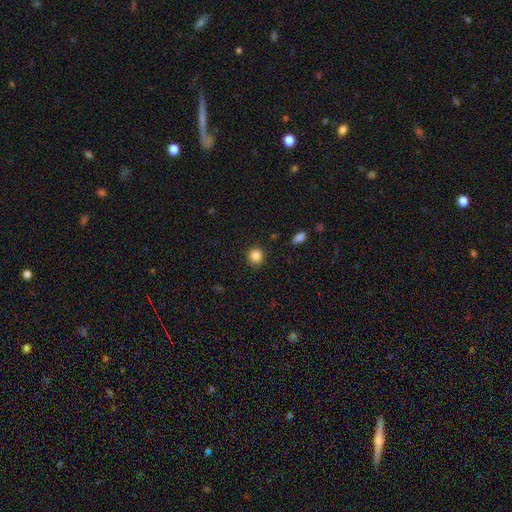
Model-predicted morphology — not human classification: This appears to be a smooth galaxy with no disk features (84%) that is round (89%). Merging: none (90%).